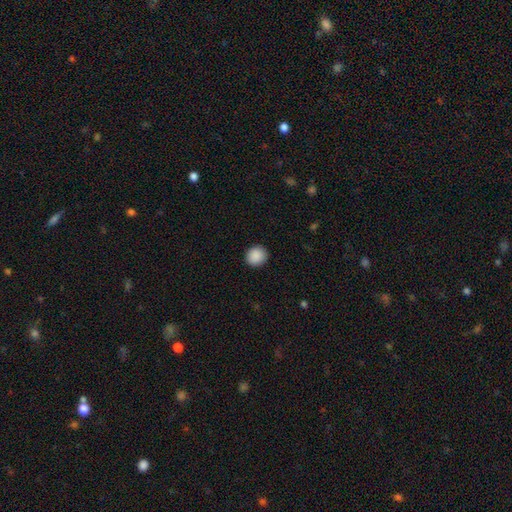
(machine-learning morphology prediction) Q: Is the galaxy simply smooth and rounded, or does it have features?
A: smooth — 90%.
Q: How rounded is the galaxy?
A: round — 88%.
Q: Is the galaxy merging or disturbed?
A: none — 92%.